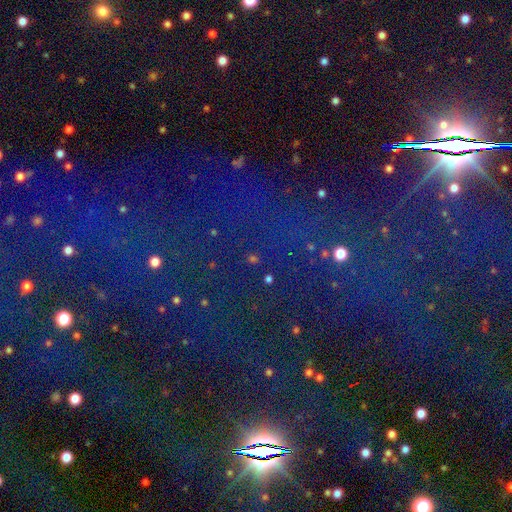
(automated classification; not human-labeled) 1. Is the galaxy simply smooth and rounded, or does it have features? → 80% star or artifact, 12% smooth, 8% featured or disk.